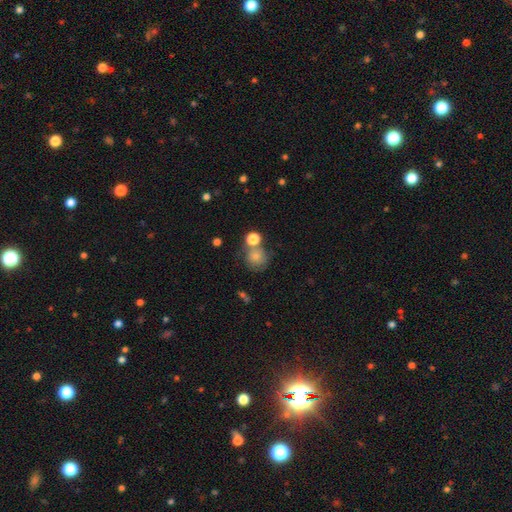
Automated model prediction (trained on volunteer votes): smooth-or-featured: smooth: 74% | featured or disk: 14% | star or artifact: 11%
  how-rounded: round: 85% | in between: 14% | cigar-shaped: 1%
  merging: none: 51% | merger: 25% | minor disturbance: 16% | major disturbance: 8%